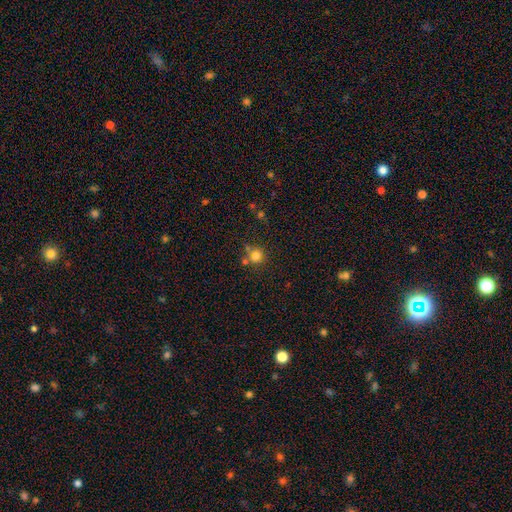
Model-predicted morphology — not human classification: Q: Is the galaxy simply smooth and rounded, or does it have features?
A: smooth — 79%.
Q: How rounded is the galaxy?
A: round — 89%.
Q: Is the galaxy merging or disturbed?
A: none — 66%.